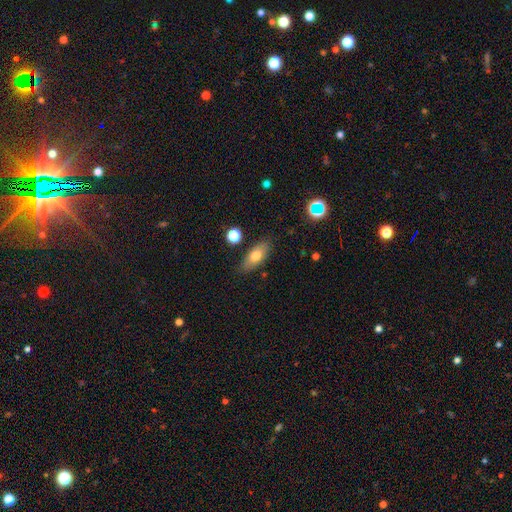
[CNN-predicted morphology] This is likely a smooth galaxy (73%). How rounded: likely in between (79%). Merging: clearly none (82%).